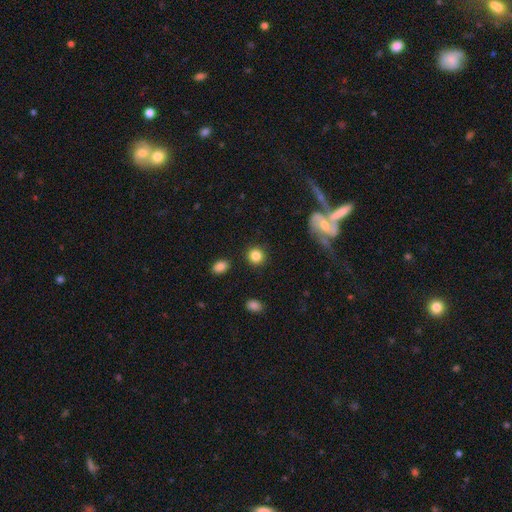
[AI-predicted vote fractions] Overall: smooth (85%). How rounded: round (89%). Merging: none (90%).